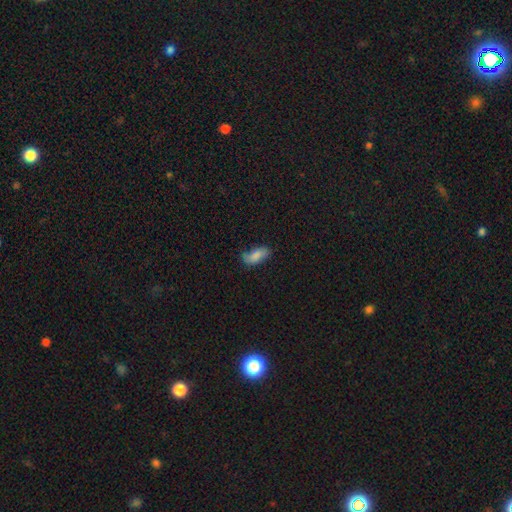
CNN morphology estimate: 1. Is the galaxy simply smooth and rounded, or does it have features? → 78% smooth, 15% featured or disk, 8% star or artifact.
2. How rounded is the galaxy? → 86% in between, 12% cigar-shaped, 3% round.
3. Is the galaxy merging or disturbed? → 60% none, 30% minor disturbance, 8% major disturbance, 2% merger.